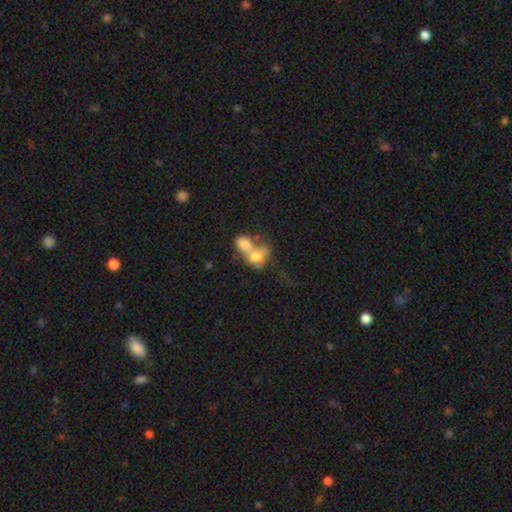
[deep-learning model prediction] smooth_or_featured: smooth (p=0.65) [alt: featured or disk p=0.25]
how_rounded: in between (p=0.66) [alt: round p=0.32]
merging: merger (p=0.77) [alt: none p=0.11]